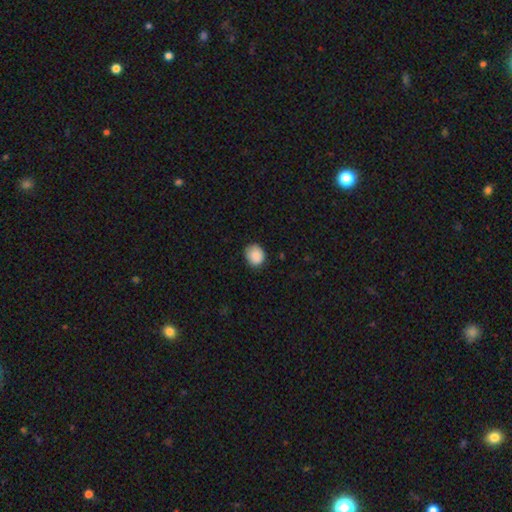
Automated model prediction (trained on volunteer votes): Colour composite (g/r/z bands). It shows a smooth galaxy with no disk features (89%) that is round (74%). Merging: none (82%).